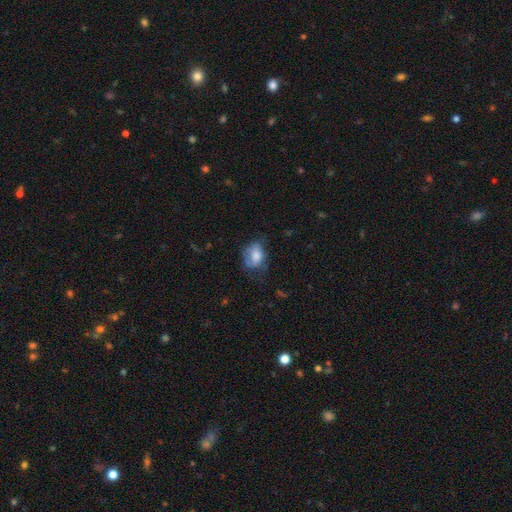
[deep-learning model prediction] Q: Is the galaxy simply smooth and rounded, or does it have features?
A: smooth — 69%.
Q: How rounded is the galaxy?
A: in between — 70%.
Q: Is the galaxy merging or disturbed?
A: none — 40%.